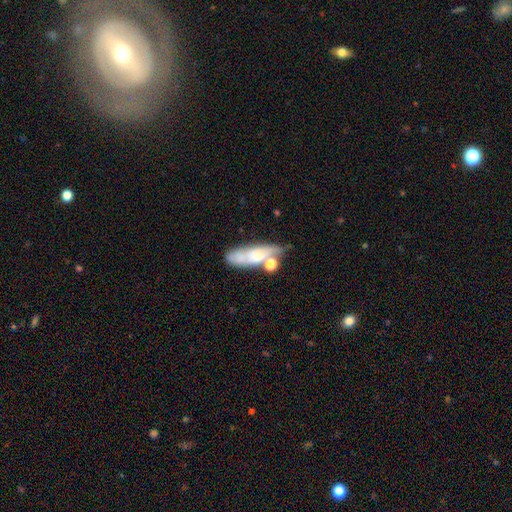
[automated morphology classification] This appears to be a smooth galaxy with no disk features (53%) that is in between round and cigar-shaped (54%). Merging: none (39%).